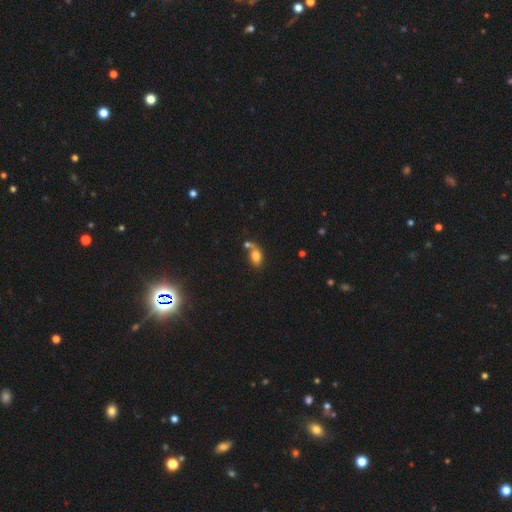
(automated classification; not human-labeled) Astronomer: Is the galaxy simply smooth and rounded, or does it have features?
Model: smooth — 77%.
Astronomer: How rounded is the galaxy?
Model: in between — 83%.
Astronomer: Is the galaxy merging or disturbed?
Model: none — 42% (runner-up: merger, 34%).